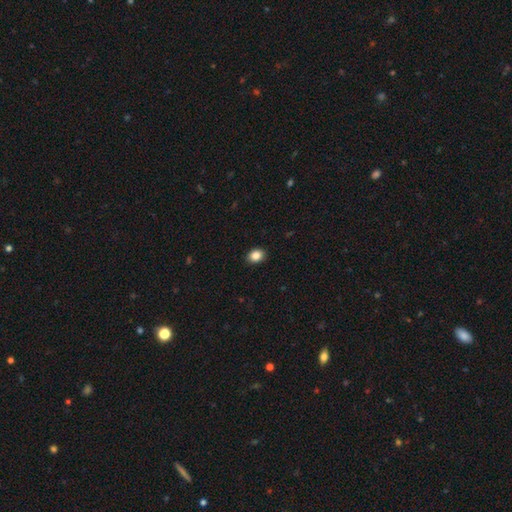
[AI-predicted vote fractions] Q: Smooth or featured?
A: smooth (86%); runner-up: star or artifact (9%)
Q: How rounded?
A: in between (59%); runner-up: round (40%)
Q: Merging?
A: none (91%); runner-up: minor disturbance (7%)